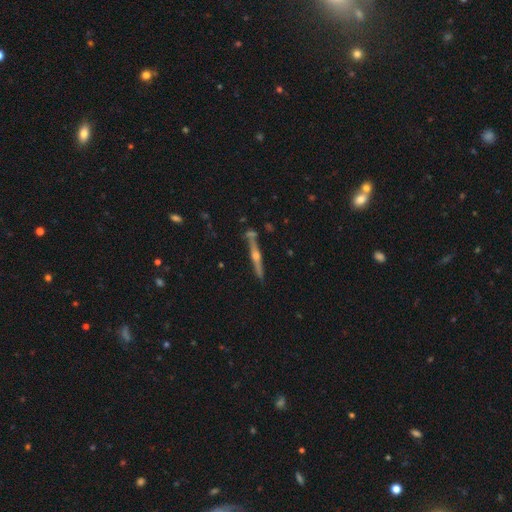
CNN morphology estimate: Overall: featured or disk (80%). Edge-on disk: yes (98%). Edge-on bulge: rounded (89%). Merging: none (81%).